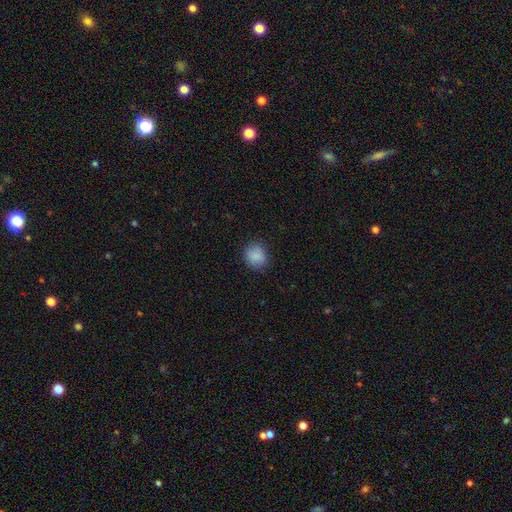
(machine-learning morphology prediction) The model was most divided on "how rounded": round: 72%, in between: 27%, cigar-shaped: 1%. More confident: smooth or featured — smooth (87%); merging — none (82%).